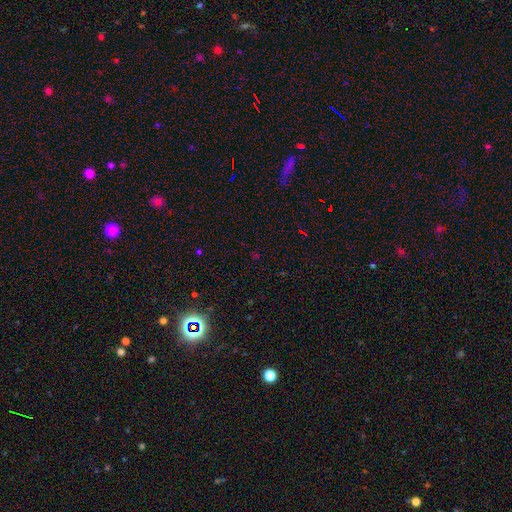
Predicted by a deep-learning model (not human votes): A star or artifact, not a galaxy (67%).

Vote fractions:
- Smooth or featured? star or artifact: 67% / smooth: 25% / featured or disk: 8%